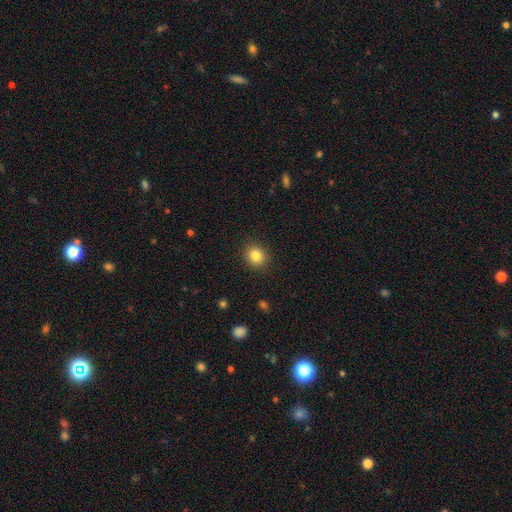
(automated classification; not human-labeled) Overall: smooth (84%). How rounded: round (82%). Merging: none (91%).